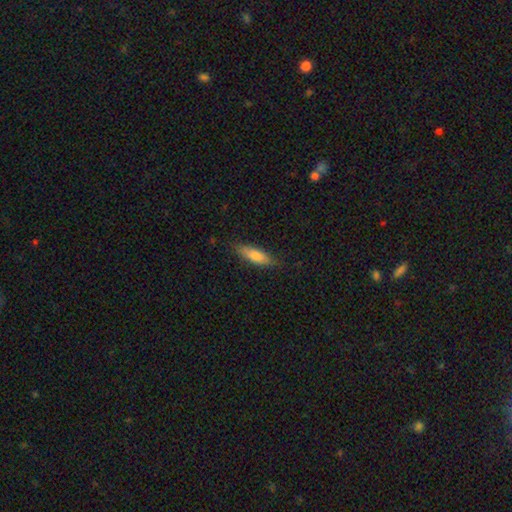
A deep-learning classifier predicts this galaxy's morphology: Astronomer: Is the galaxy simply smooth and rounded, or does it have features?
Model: smooth — 76%.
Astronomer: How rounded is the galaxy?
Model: cigar-shaped — 55% (runner-up: in between, 43%).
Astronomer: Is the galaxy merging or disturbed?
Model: none — 82%.